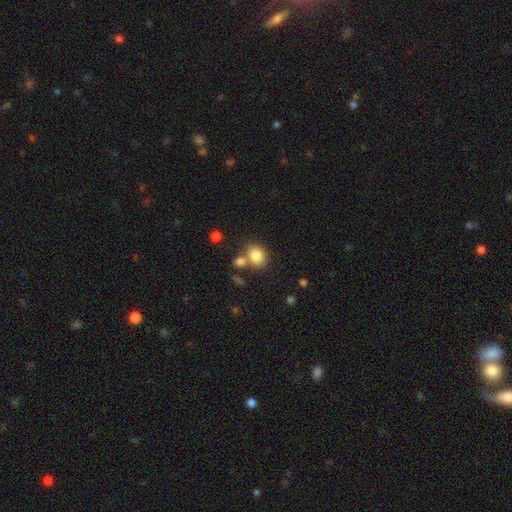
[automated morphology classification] Overall: smooth (83%). How rounded: round (52%; in between 47%). Merging: none (57%; merger 27%).